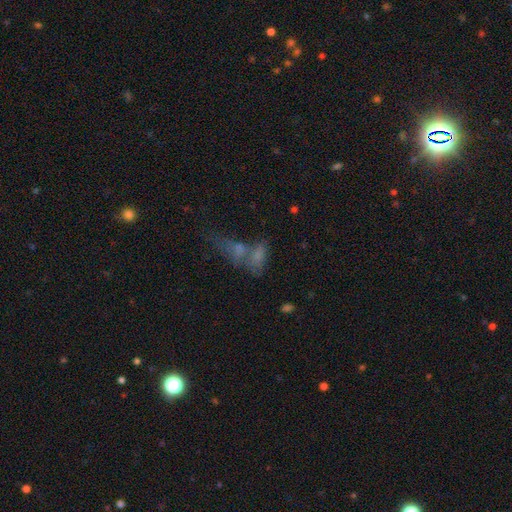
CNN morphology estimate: Smooth or featured? smooth (62%)
How rounded? in between (77%)
Merging? merger (60%)